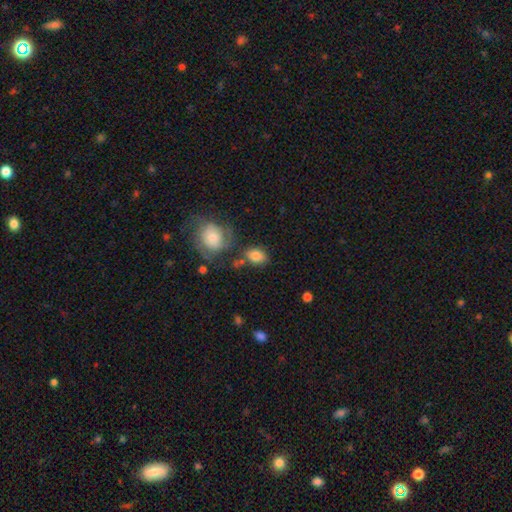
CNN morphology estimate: smooth 82%, featured or disk 10%, star or artifact 8%. Down the decision tree: how rounded — in between (66%); merging — none (61%).